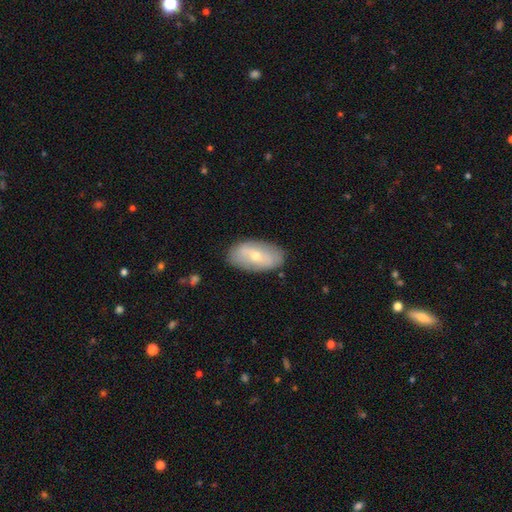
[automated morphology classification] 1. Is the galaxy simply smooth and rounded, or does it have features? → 51% smooth, 43% featured or disk, 6% star or artifact.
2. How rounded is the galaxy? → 93% in between, 4% round, 3% cigar-shaped.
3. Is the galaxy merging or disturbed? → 82% none, 13% minor disturbance, 3% major disturbance, 1% merger.